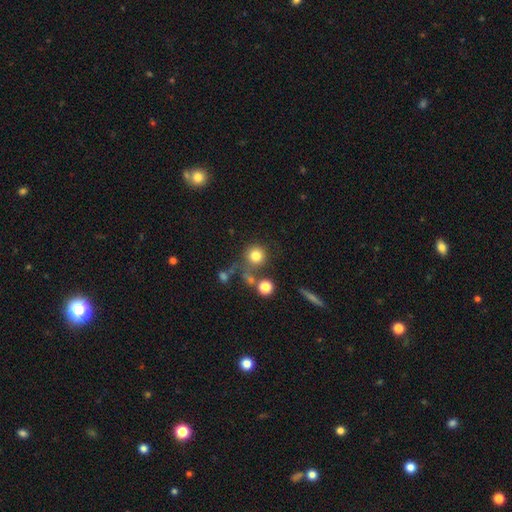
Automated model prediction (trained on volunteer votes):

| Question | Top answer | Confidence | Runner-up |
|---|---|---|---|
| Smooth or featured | smooth | 79% | star or artifact (12%) |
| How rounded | round | 91% | in between (8%) |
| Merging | none | 64% | merger (17%) |